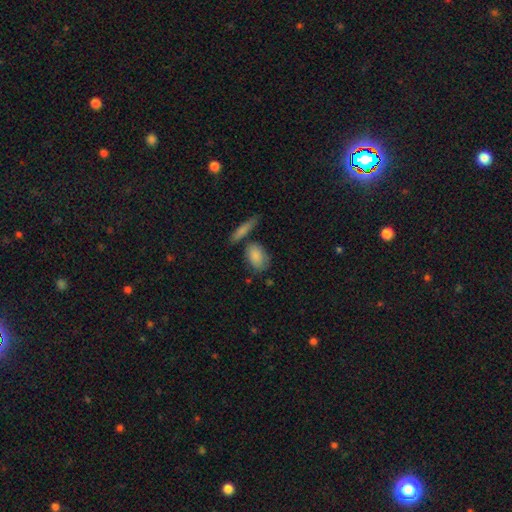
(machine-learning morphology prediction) A smooth galaxy with no disk features (84%) that is in between round and cigar-shaped (80%). Merging: none (61%).